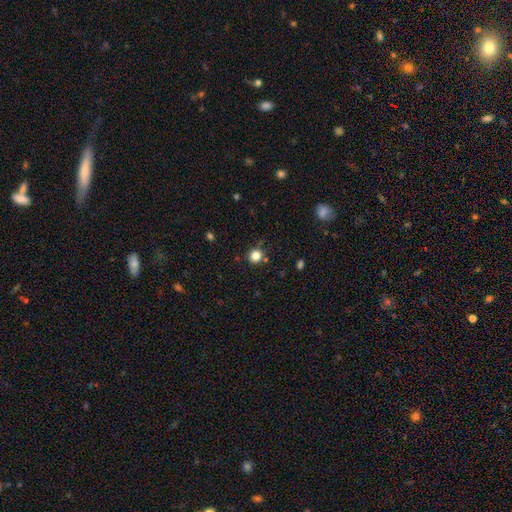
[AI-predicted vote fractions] smooth 83%, star or artifact 13%, featured or disk 4%. Down the decision tree: how rounded — round (91%); merging — none (86%).